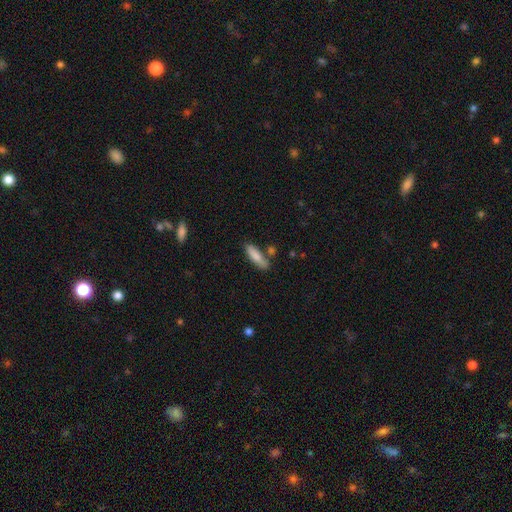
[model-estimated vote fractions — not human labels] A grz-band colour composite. It shows a smooth galaxy with no disk features (83%) that is cigar-shaped (58%). Merging: none (72%).